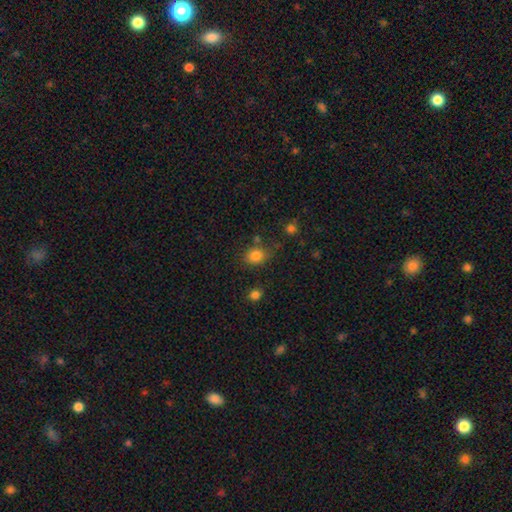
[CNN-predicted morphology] type=smooth (82%); roundness=round (58%); merging=none (70%).